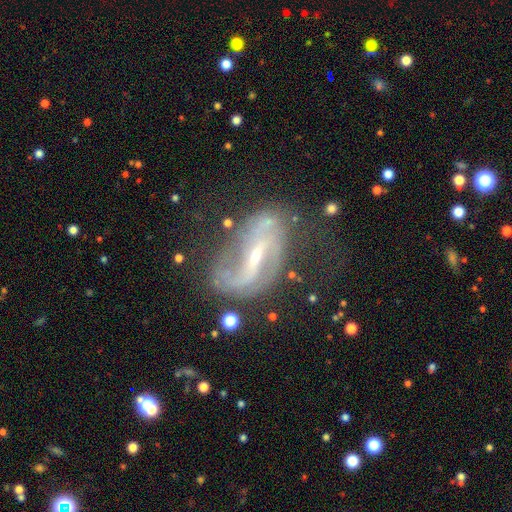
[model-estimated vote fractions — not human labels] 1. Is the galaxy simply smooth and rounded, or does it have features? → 85% featured or disk, 8% star or artifact, 7% smooth.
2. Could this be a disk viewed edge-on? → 95% no, 5% yes.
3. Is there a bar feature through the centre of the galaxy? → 47% strong, 38% weak, 15% no.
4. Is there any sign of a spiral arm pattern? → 91% yes, 9% no.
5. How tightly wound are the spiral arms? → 47% loose, 37% medium, 16% tight.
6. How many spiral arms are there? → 76% 2, 10% can't tell, 7% 1, 4% 3, 2% 4, 2% more than 4.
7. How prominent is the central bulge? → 67% small, 26% moderate, 4% none, 2% large, 1% dominant.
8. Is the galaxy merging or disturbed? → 49% none, 23% major disturbance, 23% minor disturbance, 5% merger.